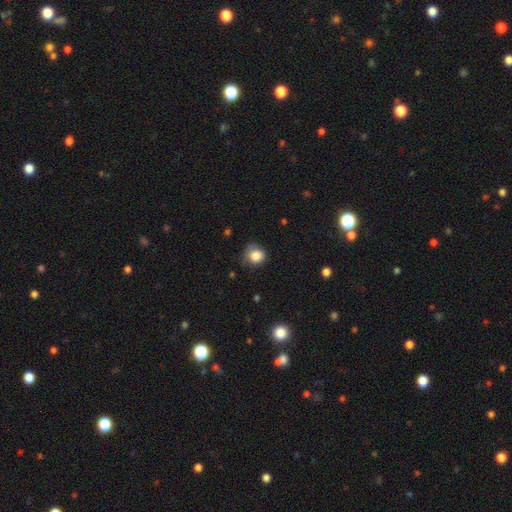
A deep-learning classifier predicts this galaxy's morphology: This is clearly a smooth galaxy (83%). How rounded: clearly round (82%). Merging: likely none (63%).